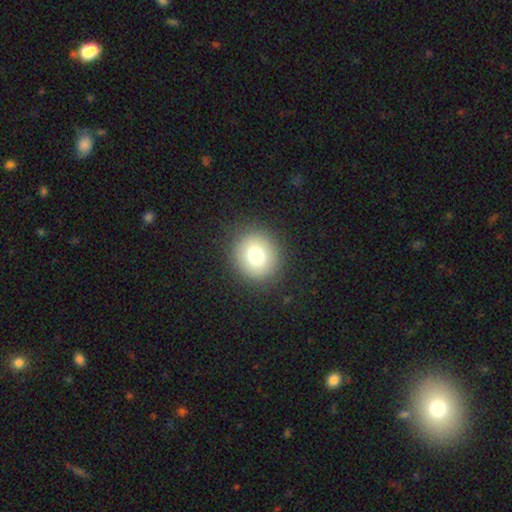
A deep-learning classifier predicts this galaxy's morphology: Smooth or featured: smooth — 76% (star or artifact — 12%)
How rounded: round — 89% (in between — 10%)
Merging: none — 89% (minor disturbance — 7%)